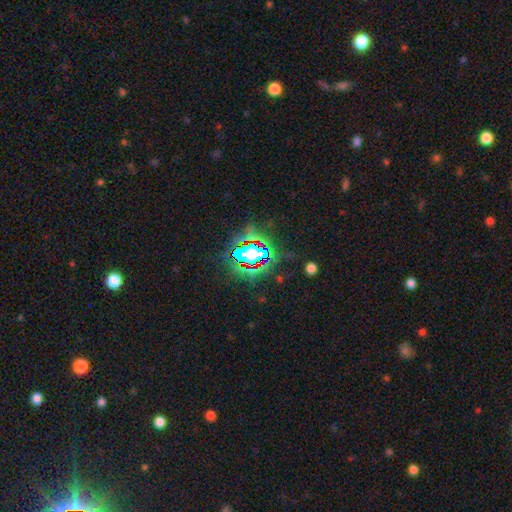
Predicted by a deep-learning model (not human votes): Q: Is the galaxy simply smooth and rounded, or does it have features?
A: star or artifact — 80%.